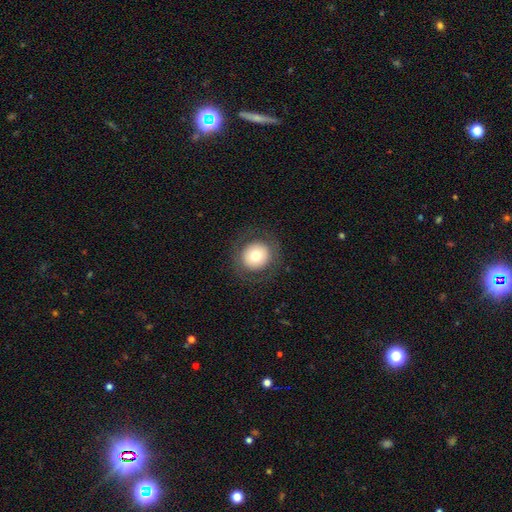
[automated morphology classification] This is likely a smooth galaxy (69%). How rounded: clearly round (91%). Merging: clearly none (85%).